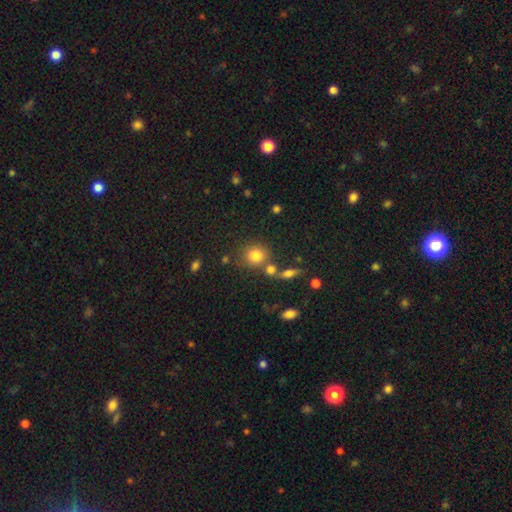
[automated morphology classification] smooth 79%, star or artifact 12%, featured or disk 9%. Down the decision tree: how rounded — round (80%); merging — none (66%).